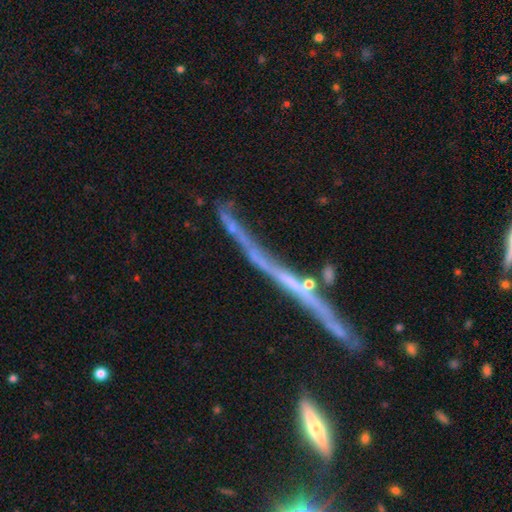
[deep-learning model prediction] This appears to be a featured or disk galaxy (46%). Merging: none (65%).